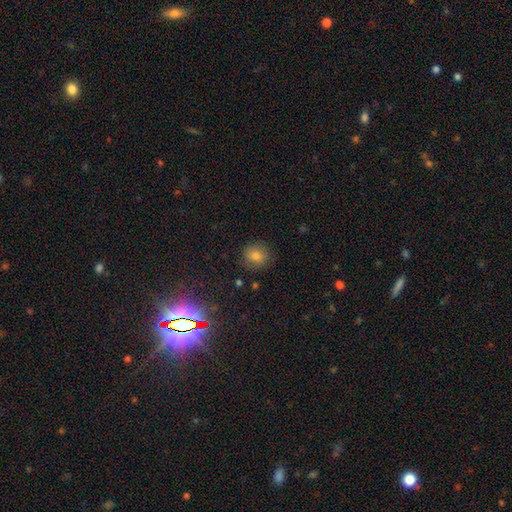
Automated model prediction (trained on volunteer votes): smooth_or_featured: smooth (p=0.69) [alt: star or artifact p=0.21]
how_rounded: round (p=0.85) [alt: in between p=0.14]
merging: none (p=0.85) [alt: minor disturbance p=0.10]